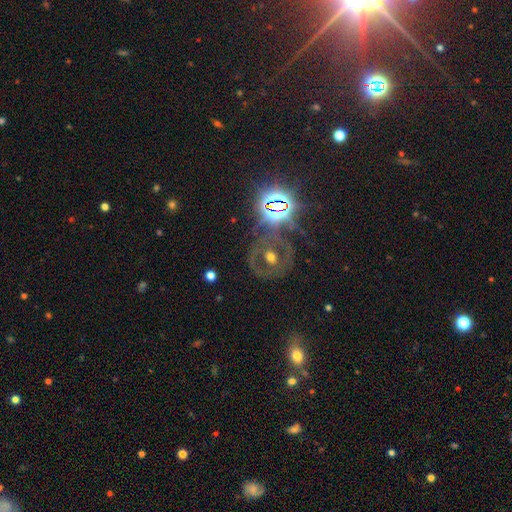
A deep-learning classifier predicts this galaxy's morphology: star or artifact 45%, featured or disk 34%, smooth 21%.